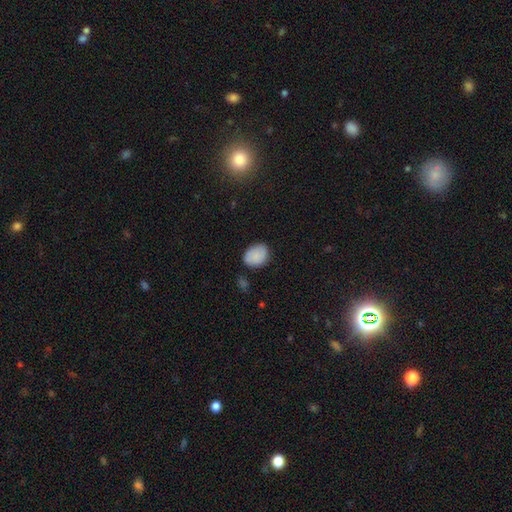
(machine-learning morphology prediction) The model was most divided on "how rounded": in between: 65%, round: 34%, cigar-shaped: 1%. More confident: smooth or featured — smooth (80%); merging — none (75%).